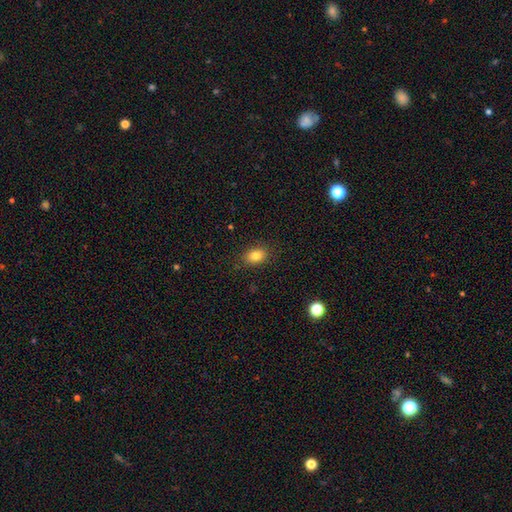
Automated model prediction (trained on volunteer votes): Smooth or featured? smooth (82%)
How rounded? in between (75%)
Merging? none (86%)